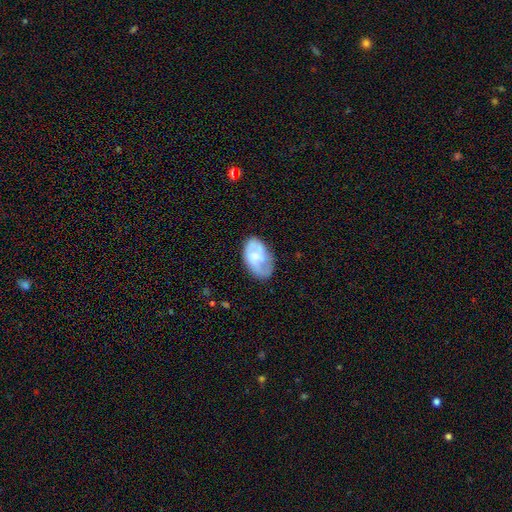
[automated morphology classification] Smooth or featured? featured or disk (51%)
Edge-on disk? no (97%)
Merging? none (56%)